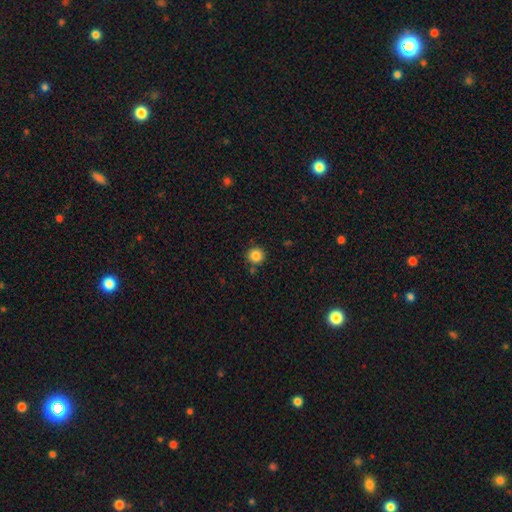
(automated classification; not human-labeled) Smooth or featured: smooth — 85% (star or artifact — 10%)
How rounded: round — 94% (in between — 5%)
Merging: none — 84% (minor disturbance — 8%)